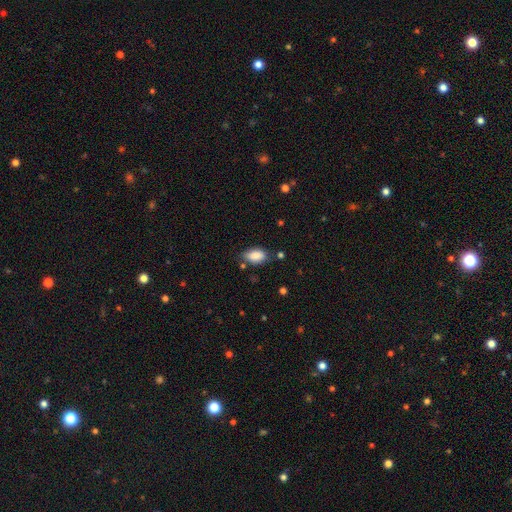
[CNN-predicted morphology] smooth_or_featured: smooth (p=0.87) [alt: star or artifact p=0.07]
how_rounded: in between (p=0.92) [alt: round p=0.05]
merging: none (p=0.73) [alt: minor disturbance p=0.20]